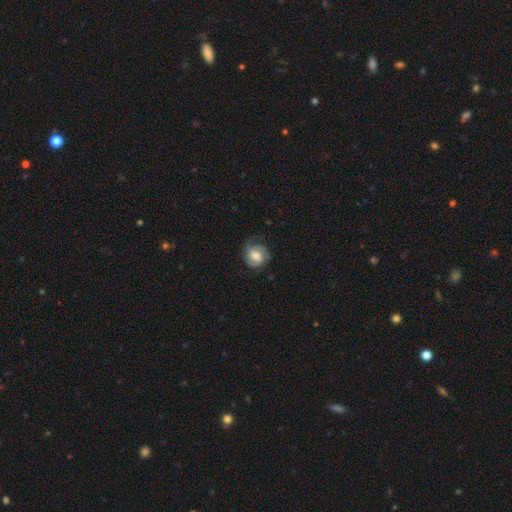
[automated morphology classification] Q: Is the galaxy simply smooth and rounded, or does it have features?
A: featured or disk — 56%.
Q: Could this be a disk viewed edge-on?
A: no — 97%.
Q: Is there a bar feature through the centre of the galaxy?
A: no — 55%.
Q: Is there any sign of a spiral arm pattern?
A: yes — 91%.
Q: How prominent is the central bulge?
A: moderate — 63%.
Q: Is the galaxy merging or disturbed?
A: none — 70%.